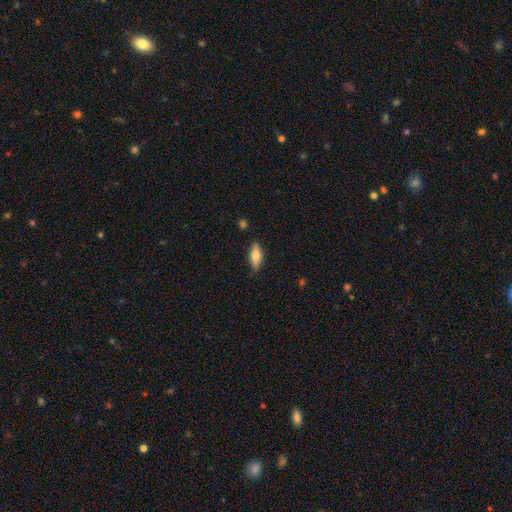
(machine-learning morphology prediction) The model was most divided on "how rounded": in between: 64%, cigar-shaped: 33%, round: 3%. More confident: merging — none (84%); smooth or featured — smooth (65%).